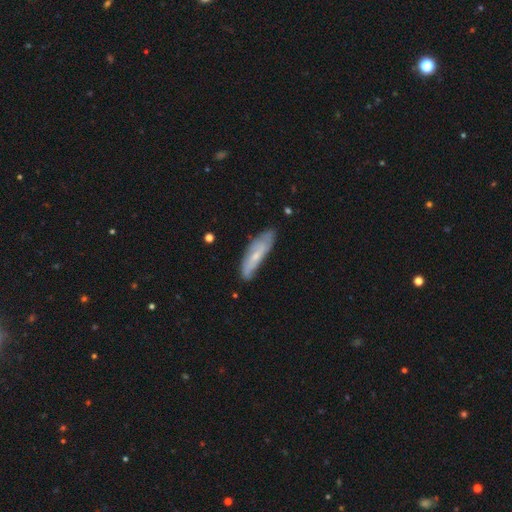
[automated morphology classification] Smooth or featured? Predicted: featured or disk (p=0.53). Edge-on disk? Predicted: no (p=0.67). Merging? Predicted: none (p=0.67).